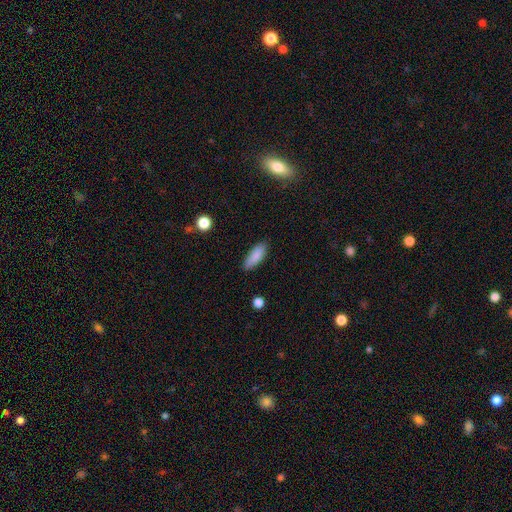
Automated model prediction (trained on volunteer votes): Q: Smooth or featured?
A: smooth (87%); runner-up: star or artifact (7%)
Q: How rounded?
A: in between (69%); runner-up: cigar-shaped (29%)
Q: Merging?
A: none (84%); runner-up: minor disturbance (12%)